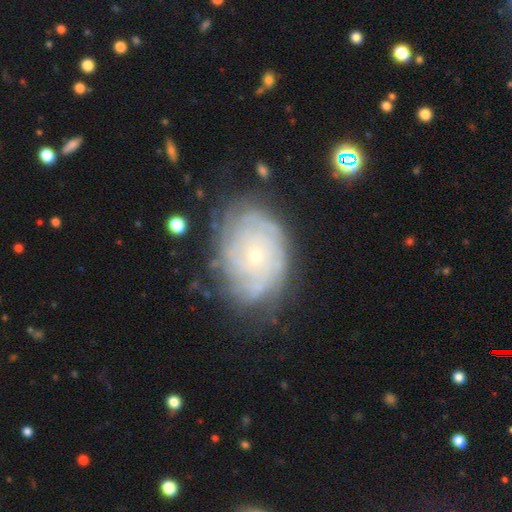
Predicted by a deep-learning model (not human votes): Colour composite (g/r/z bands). It shows a featured or disk galaxy (76%) with no bar (84%), tight (76%) spiral arms (89%) and a small central bulge (78%). Merging: none (70%).